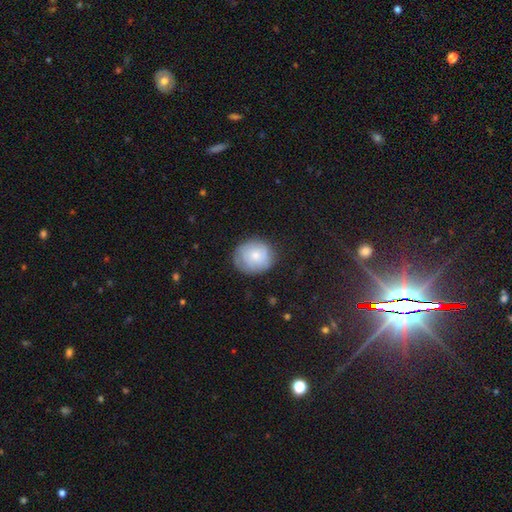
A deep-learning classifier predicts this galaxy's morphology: smooth_or_featured: smooth (p=0.57) [alt: featured or disk p=0.35]
how_rounded: round (p=0.79) [alt: in between p=0.20]
merging: none (p=0.77) [alt: minor disturbance p=0.17]